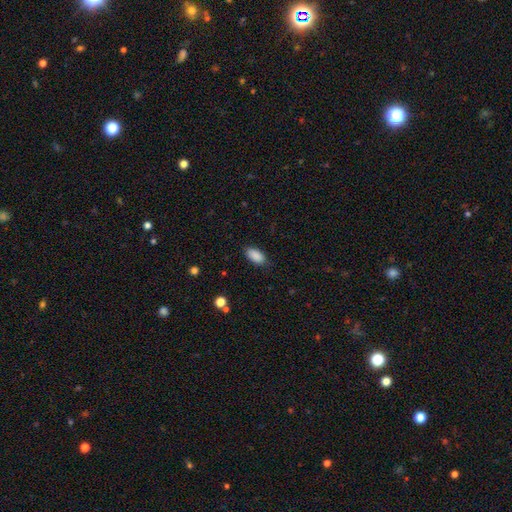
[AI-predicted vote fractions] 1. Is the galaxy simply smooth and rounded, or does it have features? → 89% smooth, 7% star or artifact, 4% featured or disk.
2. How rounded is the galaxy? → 92% in between, 5% cigar-shaped, 3% round.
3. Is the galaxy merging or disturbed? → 83% none, 13% minor disturbance, 3% major disturbance, 1% merger.